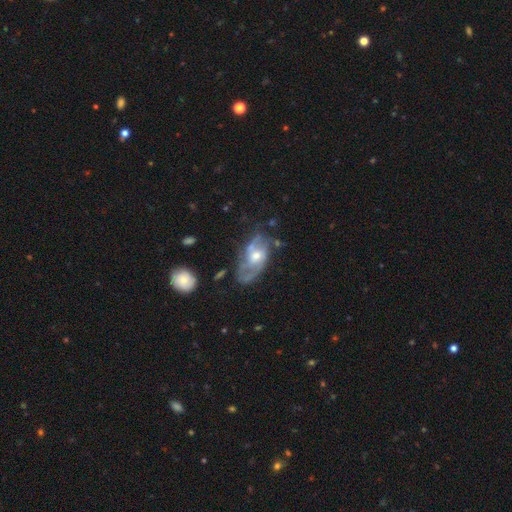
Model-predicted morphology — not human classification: Q: Smooth or featured?
A: featured or disk (77%); runner-up: smooth (16%)
Q: Edge-on disk?
A: no (94%); runner-up: yes (6%)
Q: Bar?
A: no (59%); runner-up: weak (34%)
Q: Spiral arms?
A: yes (83%); runner-up: no (17%)
Q: Spiral winding?
A: medium (45%); runner-up: tight (29%)
Q: Spiral arm count?
A: 2 (54%); runner-up: can't tell (26%)
Q: Bulge size?
A: moderate (60%); runner-up: small (31%)
Q: Merging?
A: none (50%); runner-up: minor disturbance (25%)